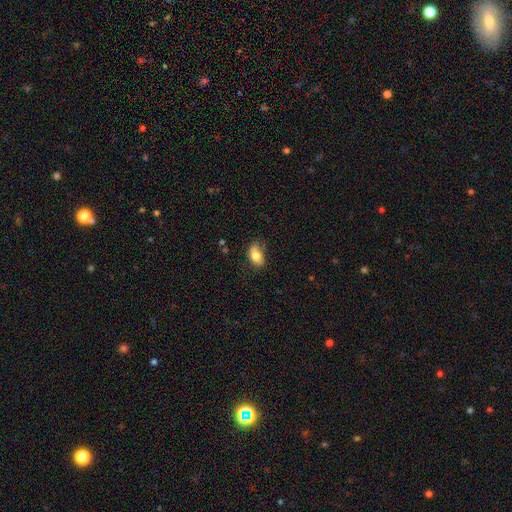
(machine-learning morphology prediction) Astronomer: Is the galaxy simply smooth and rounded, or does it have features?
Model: smooth — 79%.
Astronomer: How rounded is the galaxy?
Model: in between — 88%.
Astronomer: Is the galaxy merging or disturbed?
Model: none — 66%.